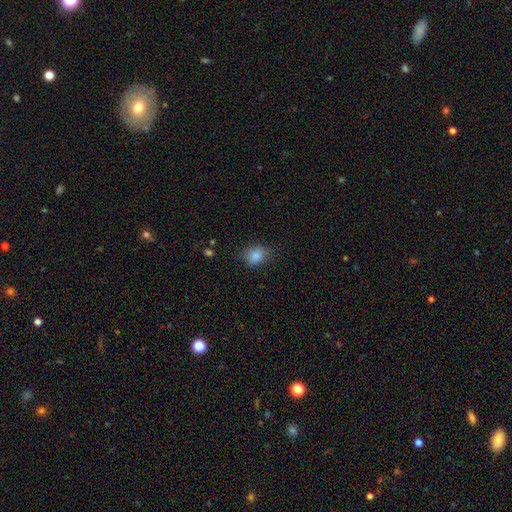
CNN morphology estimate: smooth_or_featured: smooth (p=0.85) [alt: star or artifact p=0.10]
how_rounded: in between (p=0.52) [alt: round p=0.47]
merging: none (p=0.76) [alt: minor disturbance p=0.18]